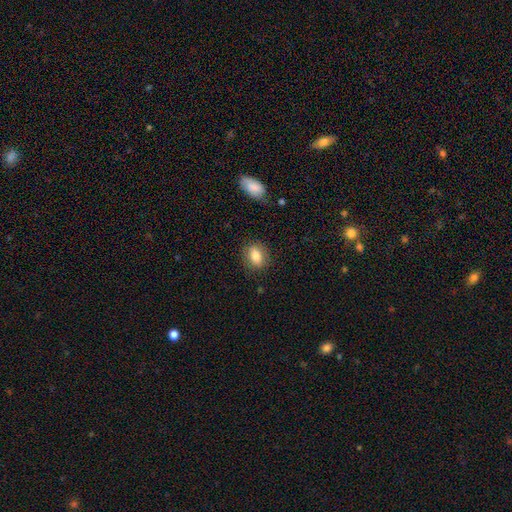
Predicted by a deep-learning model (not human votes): smooth-or-featured: smooth: 80% | featured or disk: 12% | star or artifact: 8%
  how-rounded: in between: 68% | round: 30% | cigar-shaped: 2%
  merging: none: 83% | minor disturbance: 12% | major disturbance: 3% | merger: 1%